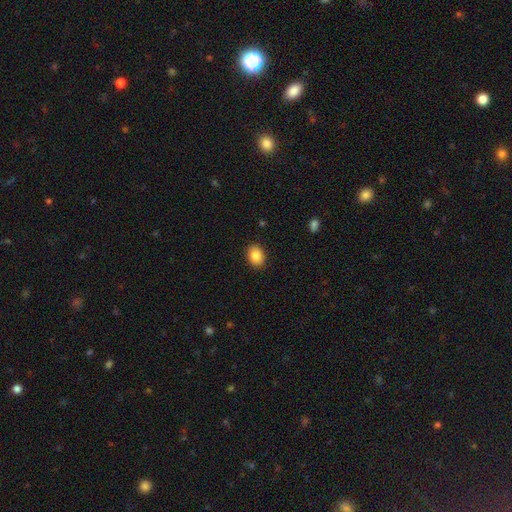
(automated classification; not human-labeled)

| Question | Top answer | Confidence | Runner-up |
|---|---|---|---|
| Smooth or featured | smooth | 87% | star or artifact (8%) |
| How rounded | in between | 68% | round (31%) |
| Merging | none | 89% | minor disturbance (8%) |